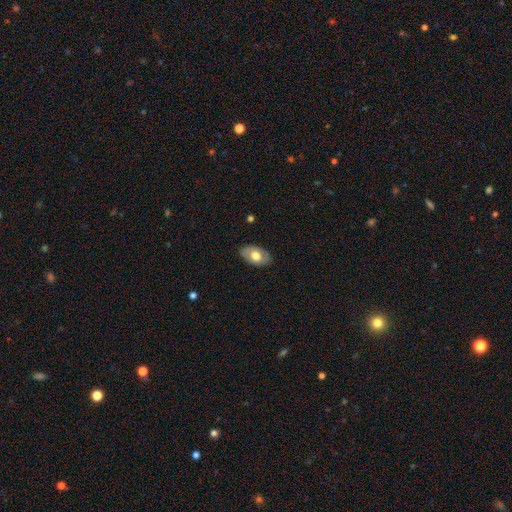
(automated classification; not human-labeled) Smooth or featured? smooth (61%)
How rounded? in between (91%)
Merging? none (83%)